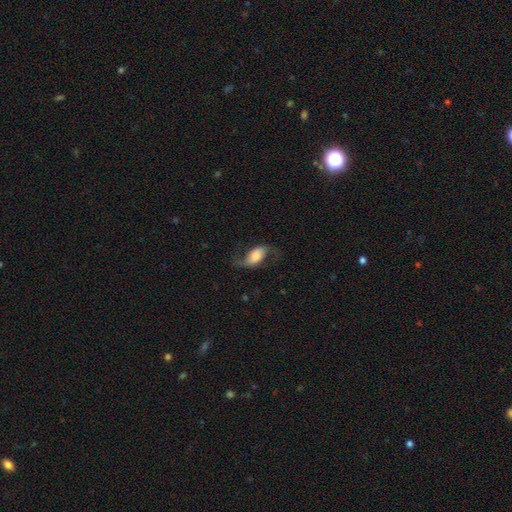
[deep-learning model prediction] This appears to be a featured or disk galaxy (67%) with no bar (44%), 2 (92%) loose (78%) spiral arms (93%) and a moderate central bulge (32%). Merging: none (67%).